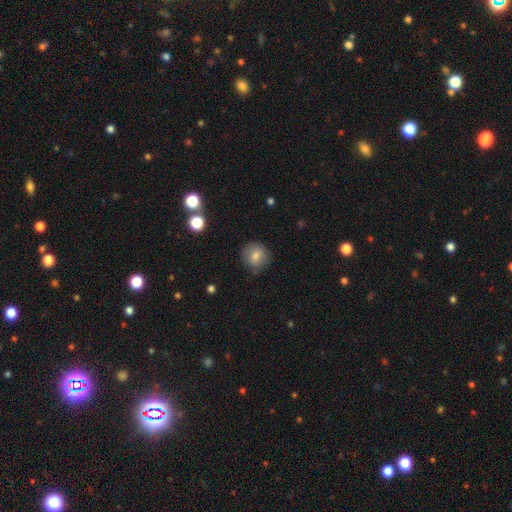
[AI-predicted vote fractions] smooth_or_featured: smooth (p=0.78) [alt: featured or disk p=0.12]
how_rounded: round (p=0.89) [alt: in between p=0.10]
merging: none (p=0.80) [alt: minor disturbance p=0.14]